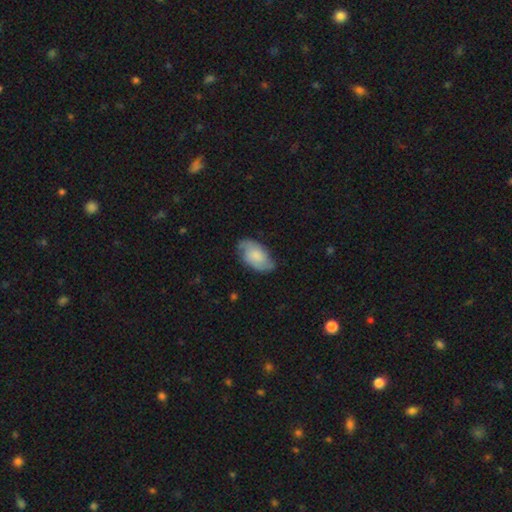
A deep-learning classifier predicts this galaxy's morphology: This is possibly a featured or disk galaxy (47%). Merging: likely none (72%).